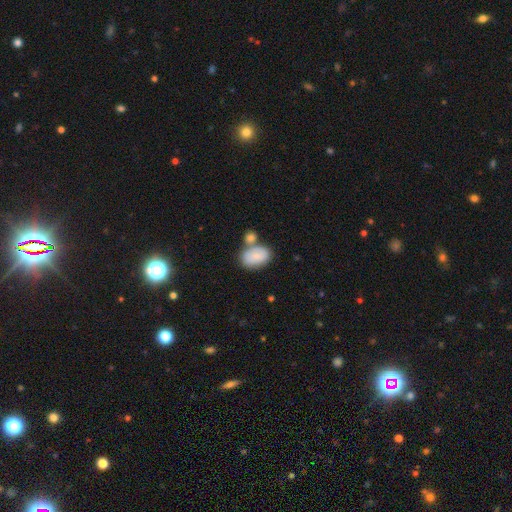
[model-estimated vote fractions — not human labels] This is likely a smooth galaxy (78%). How rounded: clearly in between (89%). Merging: marginally none (42%).